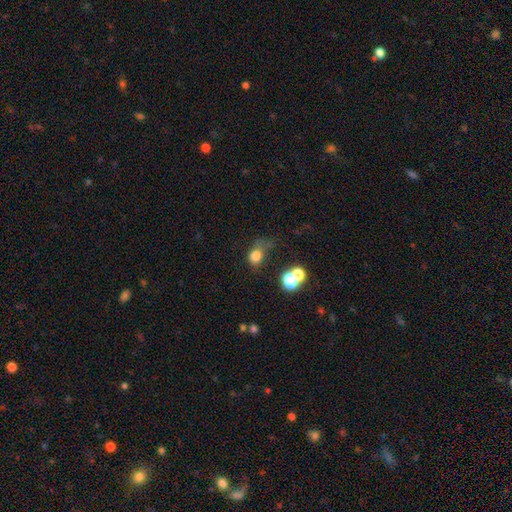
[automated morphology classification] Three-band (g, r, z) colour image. It shows a smooth galaxy with no disk features (75%) that is round (52%). Merging: none (35%).